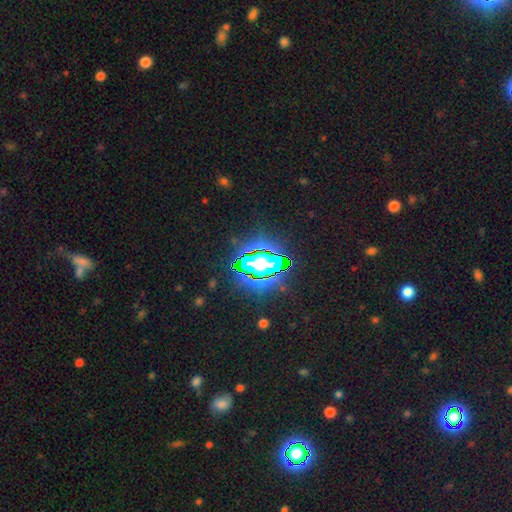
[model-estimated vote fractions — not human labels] Smooth or featured: star or artifact — 70% (smooth — 19%)